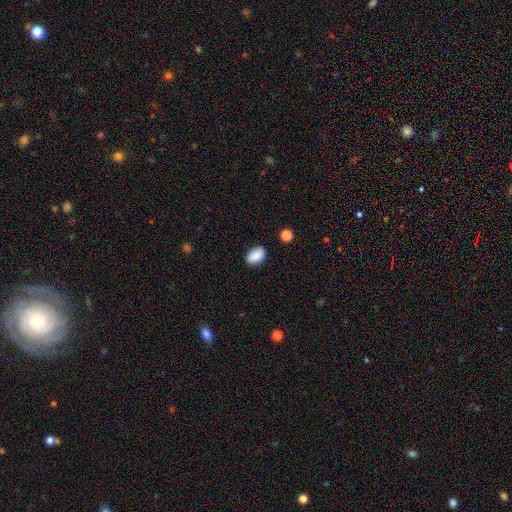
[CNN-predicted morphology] The model was most divided on "how rounded": in between: 85%, round: 14%, cigar-shaped: 1%. More confident: smooth or featured — smooth (84%); merging — none (83%).